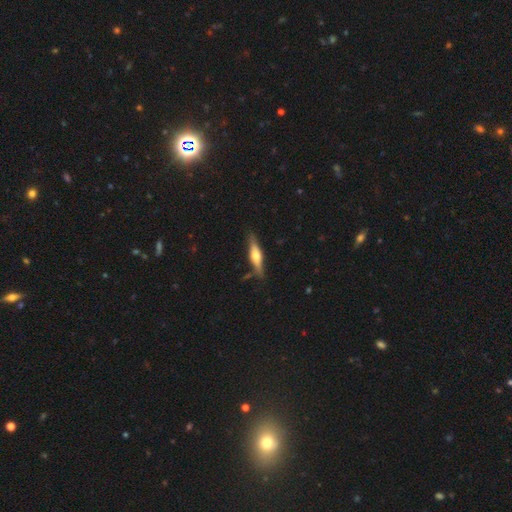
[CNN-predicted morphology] smooth_or_featured: featured or disk (p=0.61) [alt: smooth p=0.34]
disk_edge_on: yes (p=0.95) [alt: no p=0.05]
edge_on_bulge: rounded (p=0.88) [alt: boxy p=0.09]
merging: none (p=0.82) [alt: minor disturbance p=0.12]